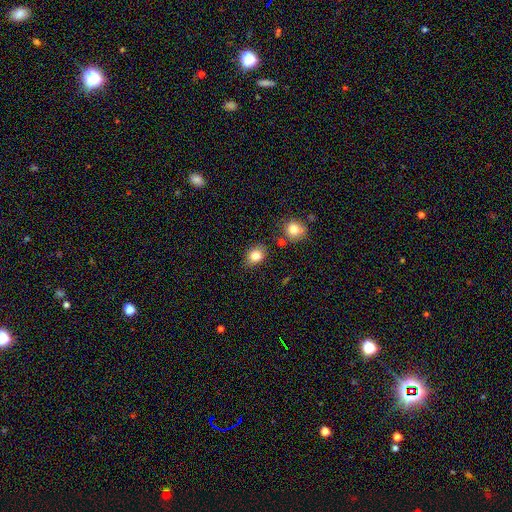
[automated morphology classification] Smooth or featured?
  - smooth: 81% *
  - star or artifact: 10%
  - featured or disk: 9%
How rounded?
  - in between: 60% *
  - round: 39%
  - cigar-shaped: 1%
Merging?
  - none: 78% *
  - minor disturbance: 13%
  - merger: 5%
  - major disturbance: 3%